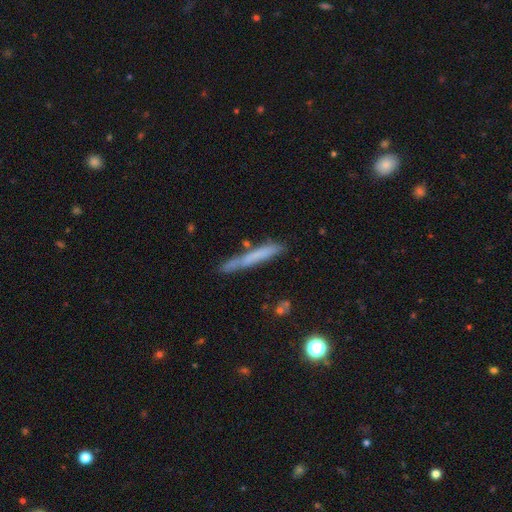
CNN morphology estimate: This is likely a smooth galaxy (61%). How rounded: clearly cigar-shaped (95%). Merging: likely none (74%).